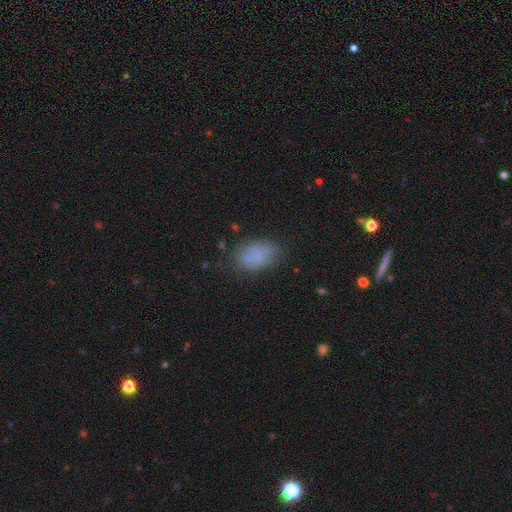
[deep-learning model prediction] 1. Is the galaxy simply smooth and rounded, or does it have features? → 69% smooth, 20% featured or disk, 11% star or artifact.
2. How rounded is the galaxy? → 85% in between, 13% round, 2% cigar-shaped.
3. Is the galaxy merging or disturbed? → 58% none, 25% minor disturbance, 10% major disturbance, 6% merger.